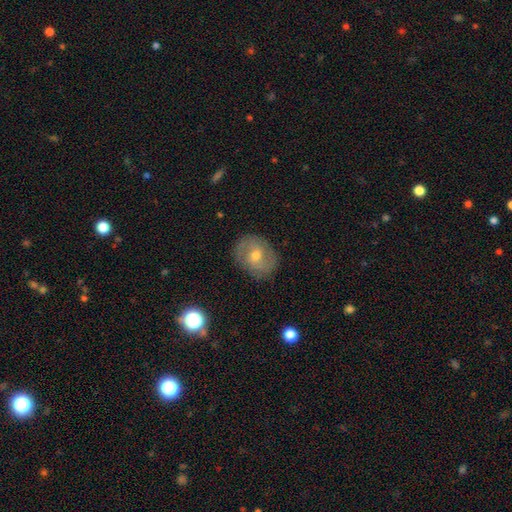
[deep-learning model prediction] Smooth or featured?
  - featured or disk: 60% *
  - smooth: 31%
  - star or artifact: 10%
Edge-on disk?
  - no: 96% *
  - yes: 4%
Bar?
  - no: 51% *
  - weak: 39%
  - strong: 10%
Spiral arms?
  - yes: 78% *
  - no: 22%
Bulge size?
  - moderate: 60% *
  - small: 35%
  - large: 2%
  - none: 1%
  - dominant: 1%
Merging?
  - none: 82% *
  - minor disturbance: 12%
  - major disturbance: 4%
  - merger: 1%